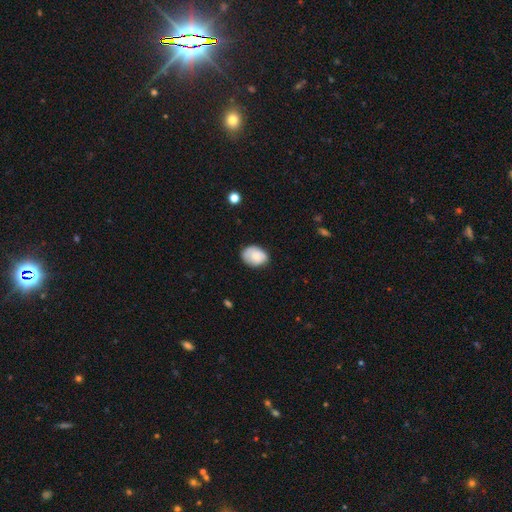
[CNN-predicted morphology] Smooth or featured? smooth (81%)
How rounded? in between (75%)
Merging? none (72%)